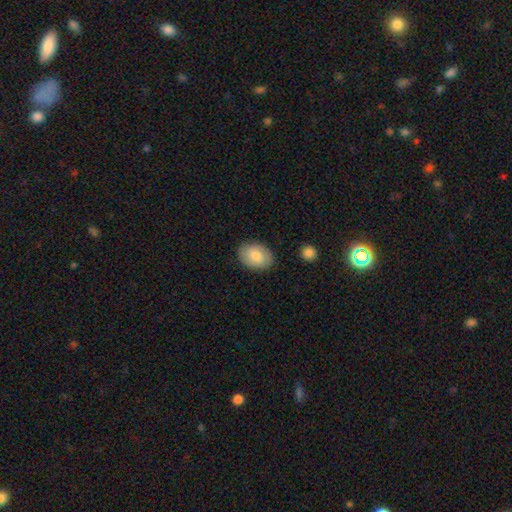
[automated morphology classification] A smooth galaxy with no disk features (81%) that is in between round and cigar-shaped (79%).

Vote fractions:
- Smooth or featured? smooth: 81% / featured or disk: 12% / star or artifact: 6%
- How rounded? in between: 79% / round: 20% / cigar-shaped: 1%
- Merging? none: 86% / minor disturbance: 10% / major disturbance: 2% / merger: 2%